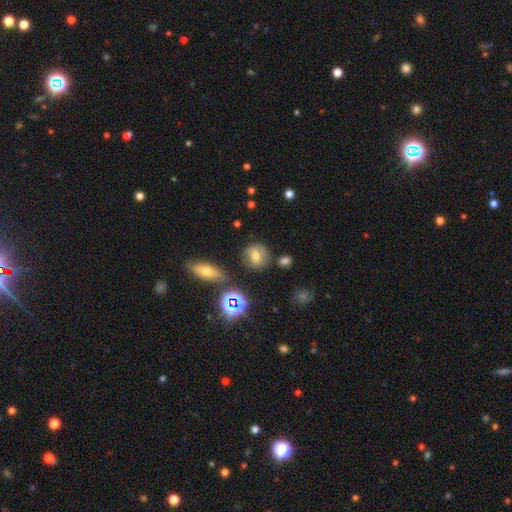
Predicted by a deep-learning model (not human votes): This is possibly a smooth galaxy (57%). How rounded: likely round (77%). Merging: likely none (79%).